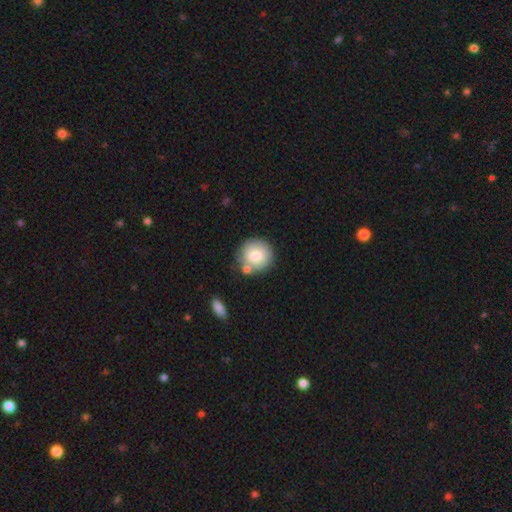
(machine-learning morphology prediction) Smooth or featured? Predicted: smooth (p=0.79). How rounded? Predicted: round (p=0.91). Merging? Predicted: none (p=0.70).